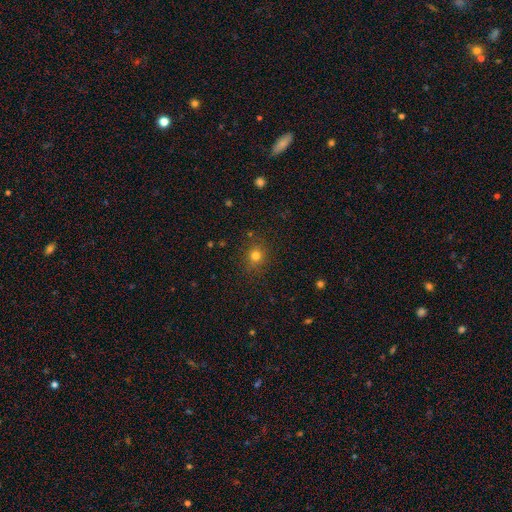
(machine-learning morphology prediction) This appears to be a smooth galaxy with no disk features (77%) that is round (85%). Merging: none (87%).